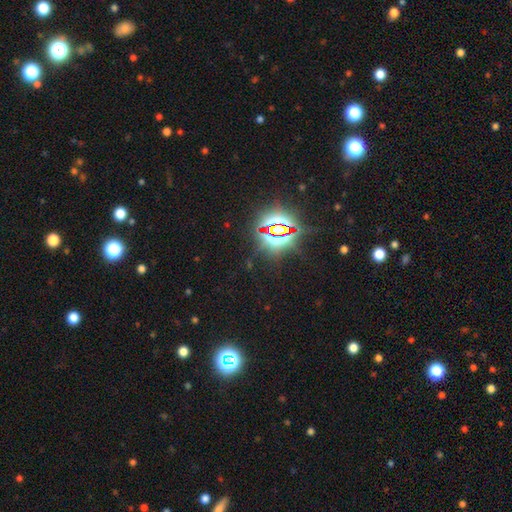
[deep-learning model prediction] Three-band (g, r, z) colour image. It shows a star or artifact, not a galaxy (82%).